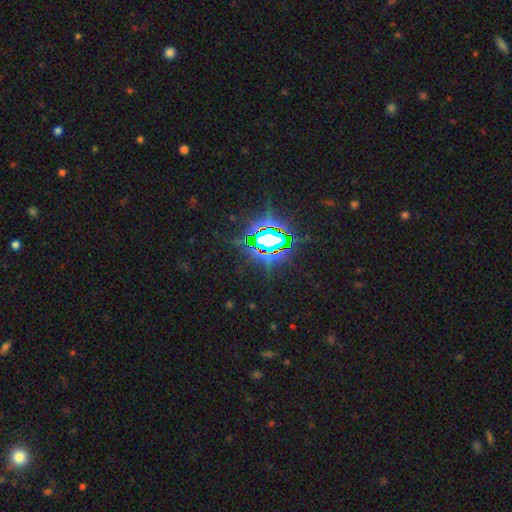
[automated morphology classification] Overall: star or artifact (84%).